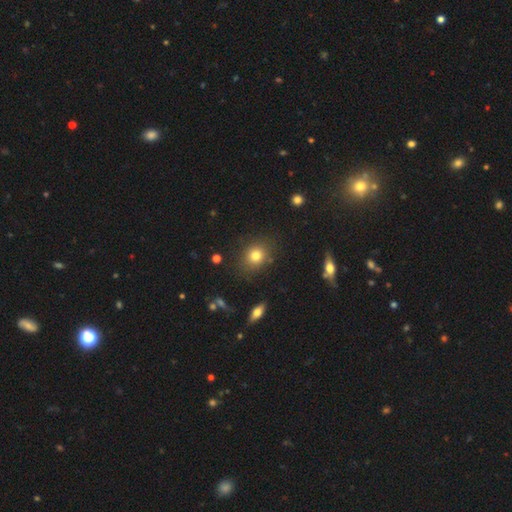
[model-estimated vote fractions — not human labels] smooth 78%, star or artifact 13%, featured or disk 9%. Down the decision tree: how rounded — round (70%); merging — none (83%).